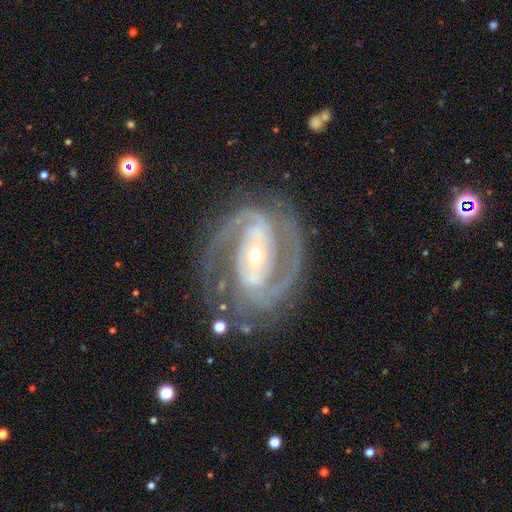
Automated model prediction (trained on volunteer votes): Smooth or featured? Predicted: featured or disk (p=0.92). Edge-on disk? Predicted: no (p=0.97). Bar? Predicted: strong (p=0.43). Spiral arms? Predicted: yes (p=0.98). Spiral winding? Predicted: tight (p=0.48). Spiral arm count? Predicted: 2 (p=0.77). Bulge size? Predicted: small (p=0.50). Merging? Predicted: none (p=0.76).